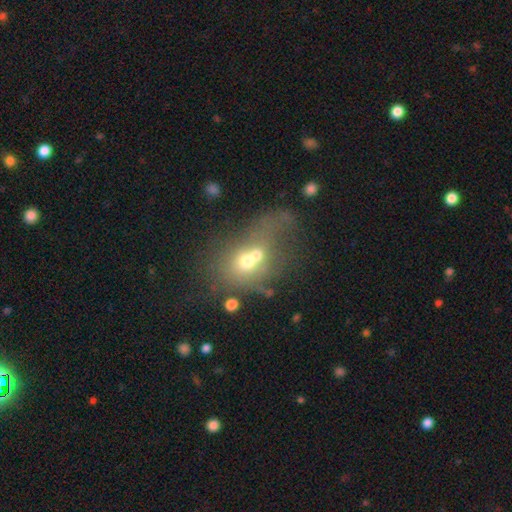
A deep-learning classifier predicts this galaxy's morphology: Smooth or featured: smooth — 52% (featured or disk — 32%)
How rounded: round — 55% (in between — 43%)
Merging: merger — 63% (none — 16%)